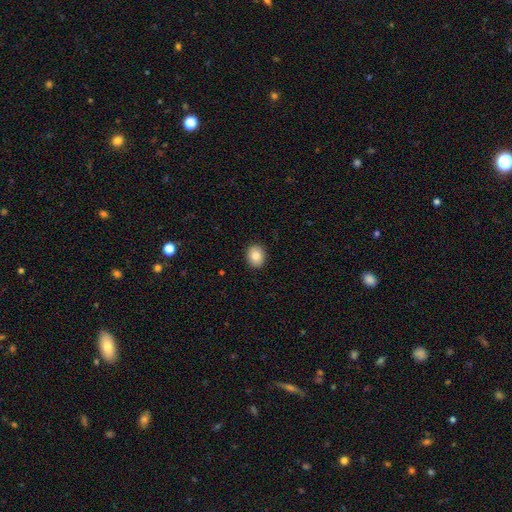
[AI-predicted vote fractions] Smooth or featured?
  - smooth: 85% *
  - star or artifact: 8%
  - featured or disk: 7%
How rounded?
  - round: 59% *
  - in between: 41%
  - cigar-shaped: 1%
Merging?
  - none: 91% *
  - minor disturbance: 6%
  - major disturbance: 2%
  - merger: 1%